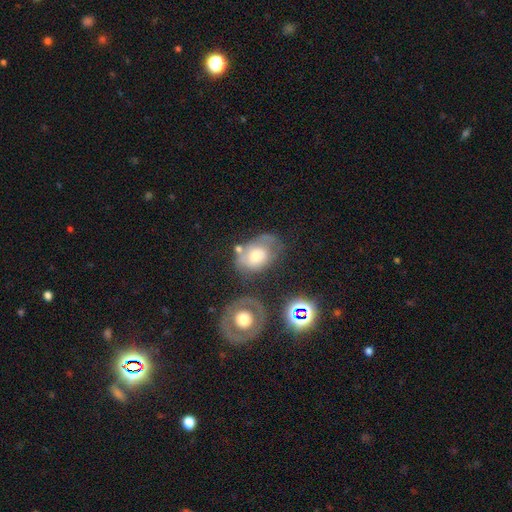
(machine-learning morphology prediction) Smooth or featured? Predicted: smooth (p=0.48). Merging? Predicted: none (p=0.43).